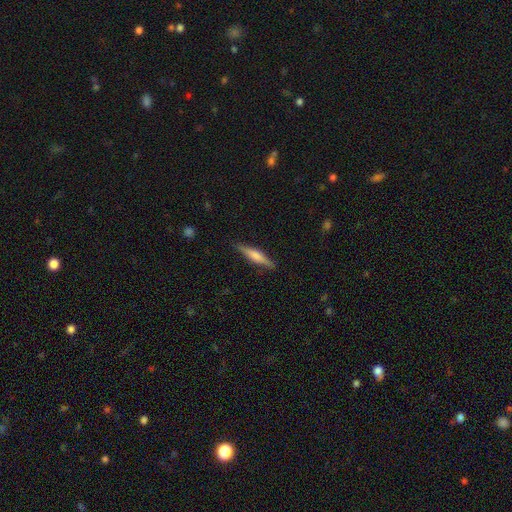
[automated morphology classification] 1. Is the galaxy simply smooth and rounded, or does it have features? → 50% featured or disk, 44% smooth, 6% star or artifact.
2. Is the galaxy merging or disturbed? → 88% none, 9% minor disturbance, 2% major disturbance, 1% merger.